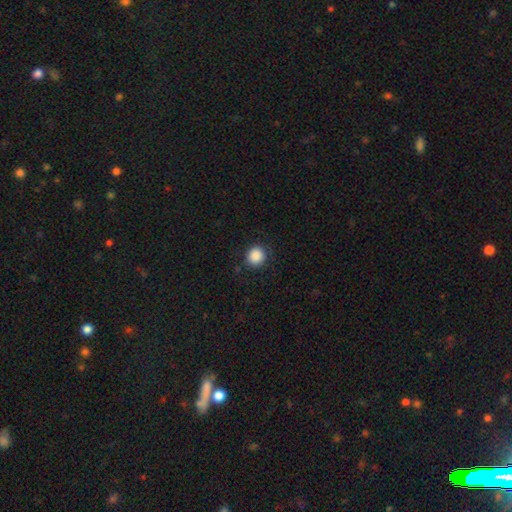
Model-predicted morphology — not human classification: smooth-or-featured: smooth: 88% | star or artifact: 9% | featured or disk: 3%
  how-rounded: round: 90% | in between: 9% | cigar-shaped: 1%
  merging: none: 86% | minor disturbance: 9% | major disturbance: 3% | merger: 1%